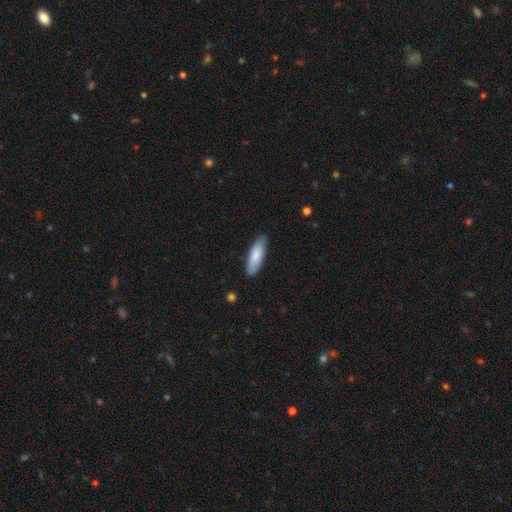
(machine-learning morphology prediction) smooth_or_featured: smooth (p=0.80) [alt: featured or disk p=0.15]
how_rounded: in between (p=0.53) [alt: cigar-shaped p=0.46]
merging: none (p=0.82) [alt: minor disturbance p=0.15]